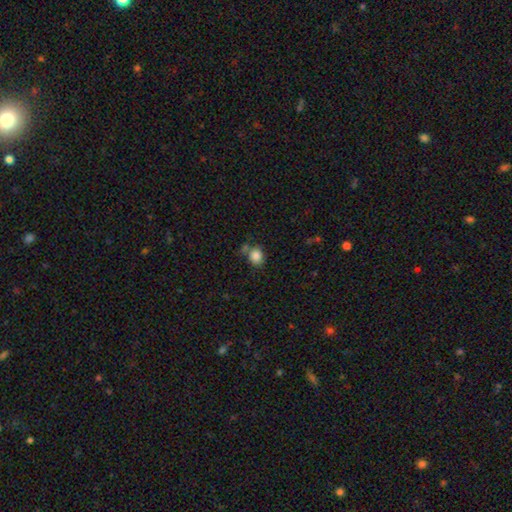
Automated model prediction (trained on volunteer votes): smooth-or-featured: smooth: 85% | star or artifact: 10% | featured or disk: 5%
  how-rounded: round: 66% | in between: 33% | cigar-shaped: 1%
  merging: none: 65% | merger: 16% | minor disturbance: 15% | major disturbance: 5%